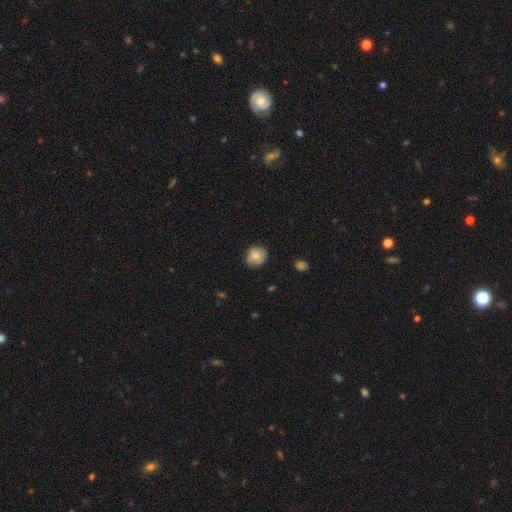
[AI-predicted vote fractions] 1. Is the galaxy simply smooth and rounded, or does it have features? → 71% smooth, 21% featured or disk, 8% star or artifact.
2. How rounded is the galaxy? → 74% round, 26% in between, 1% cigar-shaped.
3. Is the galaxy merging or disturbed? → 73% none, 22% minor disturbance, 4% major disturbance, 1% merger.